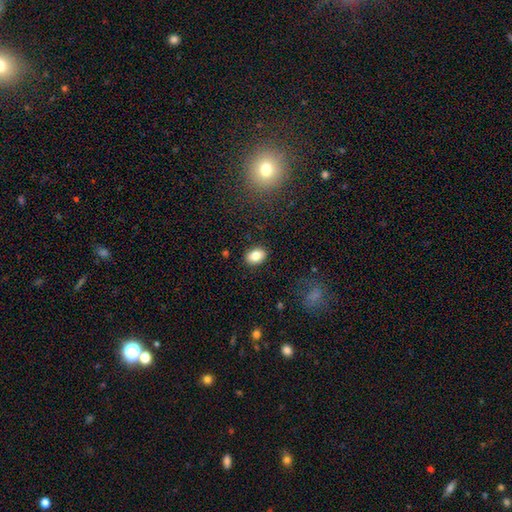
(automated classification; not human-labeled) A smooth galaxy with no disk features (82%) that is in between round and cigar-shaped (74%).

Vote fractions:
- Smooth or featured? smooth: 82% / star or artifact: 9% / featured or disk: 8%
- How rounded? in between: 74% / round: 25% / cigar-shaped: 1%
- Merging? none: 88% / minor disturbance: 9% / major disturbance: 2% / merger: 1%